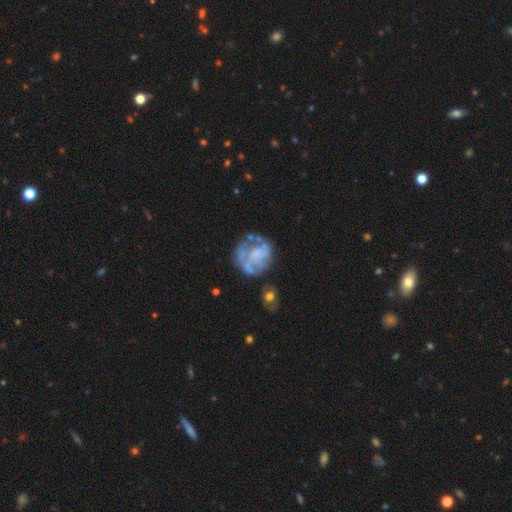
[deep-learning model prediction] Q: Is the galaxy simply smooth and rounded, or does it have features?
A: featured or disk — 63%.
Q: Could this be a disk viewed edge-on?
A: no — 98%.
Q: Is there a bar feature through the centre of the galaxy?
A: no — 82%.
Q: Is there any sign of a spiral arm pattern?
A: no — 70%.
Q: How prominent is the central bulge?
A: none — 63%.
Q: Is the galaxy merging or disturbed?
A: none — 49%.